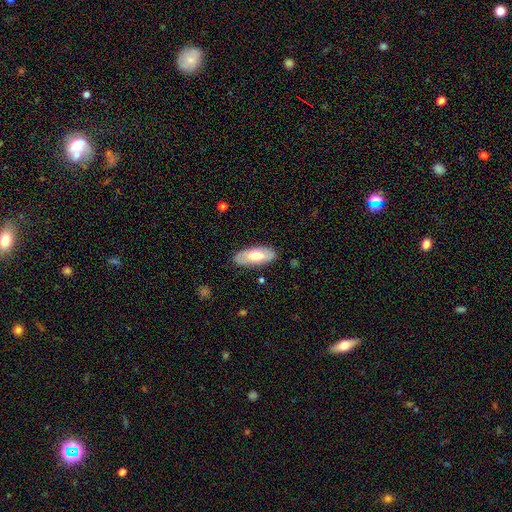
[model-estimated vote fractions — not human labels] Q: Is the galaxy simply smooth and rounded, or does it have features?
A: smooth — 63%.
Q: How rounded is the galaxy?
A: in between — 84%.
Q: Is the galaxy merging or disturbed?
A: none — 86%.